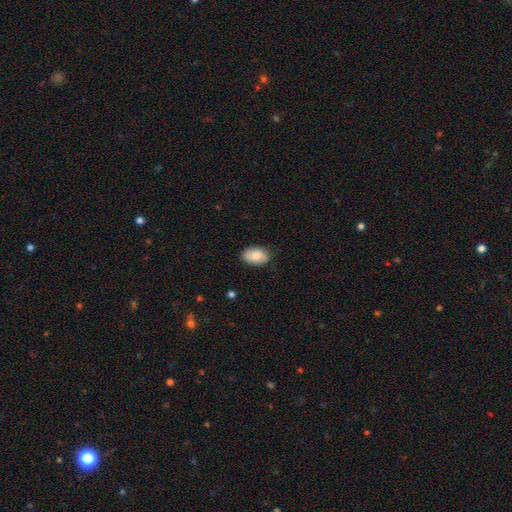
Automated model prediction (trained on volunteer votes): smooth_or_featured: smooth (p=0.77) [alt: featured or disk p=0.16]
how_rounded: in between (p=0.88) [alt: round p=0.10]
merging: none (p=0.83) [alt: minor disturbance p=0.14]